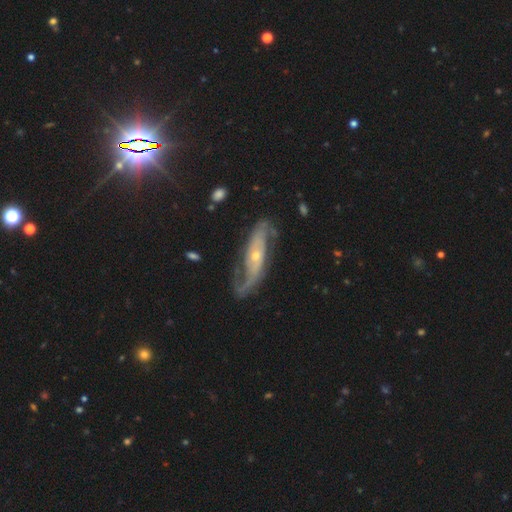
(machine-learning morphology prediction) This is clearly a featured or disk galaxy (85%). It is clearly not viewed edge-on (88%). Bar: likely no (60%). Spiral arm pattern: clearly yes (95%). Spiral arm count: clearly 2 (82%). Spiral winding: marginally medium (41%). Central bulge: likely small (61%). Merging: likely none (68%).